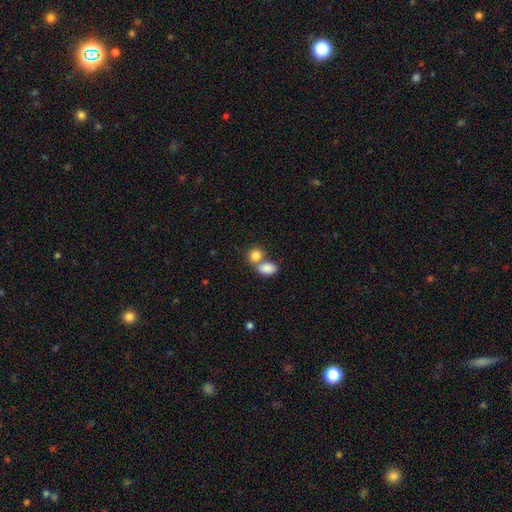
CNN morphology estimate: Smooth or featured?
  - smooth: 84% *
  - star or artifact: 8%
  - featured or disk: 7%
How rounded?
  - in between: 57% *
  - round: 42%
  - cigar-shaped: 1%
Merging?
  - merger: 54% *
  - none: 35%
  - minor disturbance: 7%
  - major disturbance: 3%